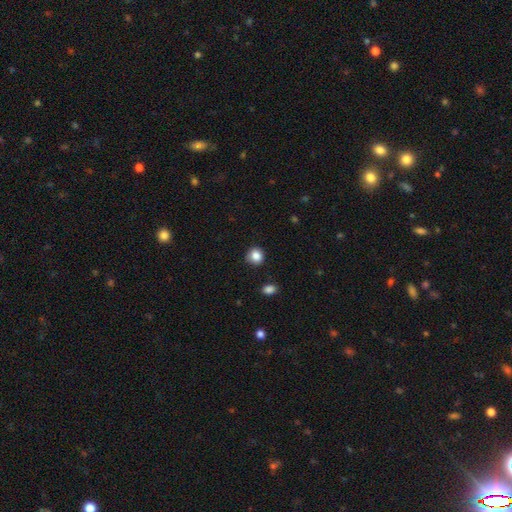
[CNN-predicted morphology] The model was most divided on "how rounded": round: 84%, in between: 15%, cigar-shaped: 1%. More confident: smooth or featured — smooth (86%); merging — none (82%).